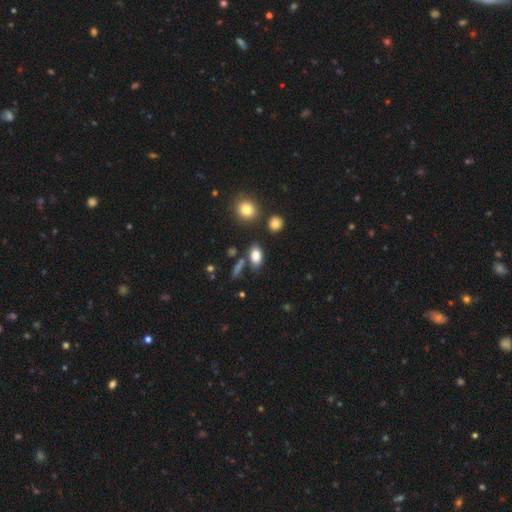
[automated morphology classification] Smooth or featured?
  - smooth: 82% *
  - star or artifact: 10%
  - featured or disk: 8%
How rounded?
  - in between: 86% *
  - round: 11%
  - cigar-shaped: 3%
Merging?
  - none: 73% *
  - minor disturbance: 13%
  - merger: 10%
  - major disturbance: 4%